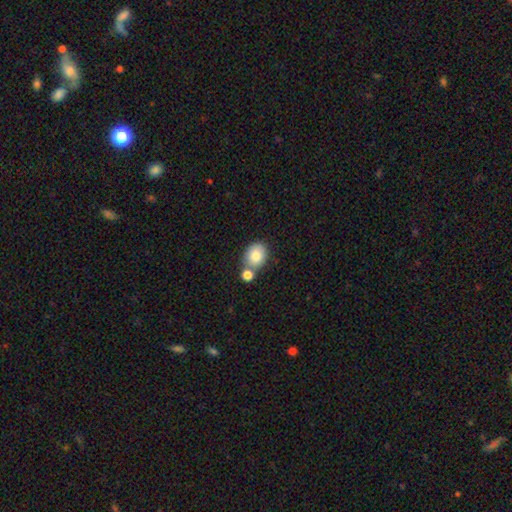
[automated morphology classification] Smooth or featured? Predicted: smooth (p=0.82). How rounded? Predicted: in between (p=0.51). Merging? Predicted: none (p=0.57).